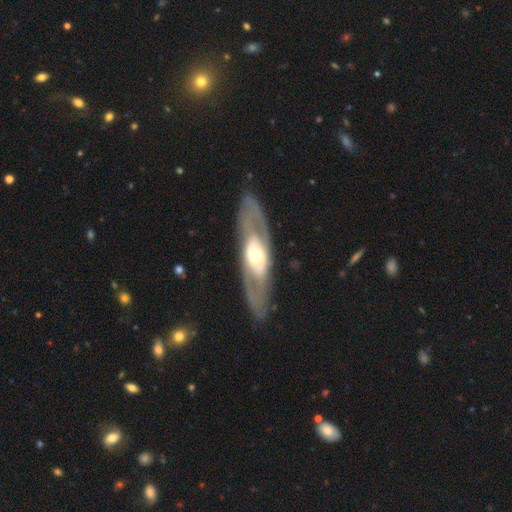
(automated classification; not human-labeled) Smooth or featured? featured or disk (76%)
Edge-on disk? no (75%)
Bar? no (74%)
Spiral arms? no (56%)
Bulge size? moderate (66%)
Merging? none (81%)